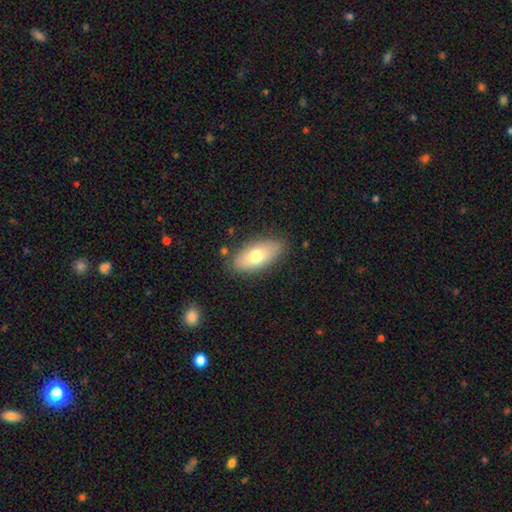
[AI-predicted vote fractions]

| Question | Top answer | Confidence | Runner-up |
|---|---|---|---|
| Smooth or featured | smooth | 70% | featured or disk (23%) |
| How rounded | in between | 89% | cigar-shaped (7%) |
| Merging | none | 82% | minor disturbance (13%) |